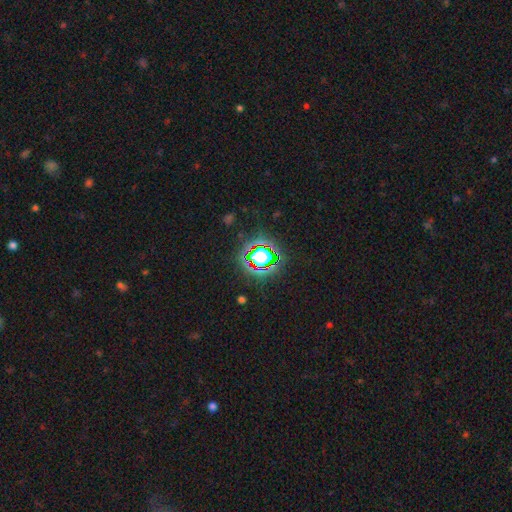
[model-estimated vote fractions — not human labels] smooth-or-featured: star or artifact: 71% | smooth: 18% | featured or disk: 11%